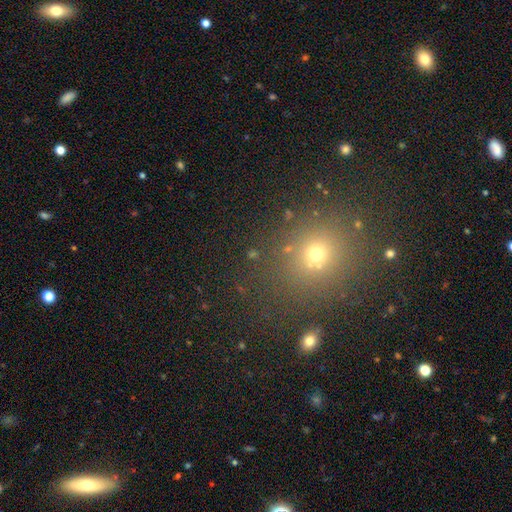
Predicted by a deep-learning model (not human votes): Smooth or featured?
  - smooth: 54% *
  - star or artifact: 37%
  - featured or disk: 8%
How rounded?
  - round: 76% *
  - in between: 22%
  - cigar-shaped: 2%
Merging?
  - none: 83% *
  - minor disturbance: 9%
  - major disturbance: 4%
  - merger: 4%